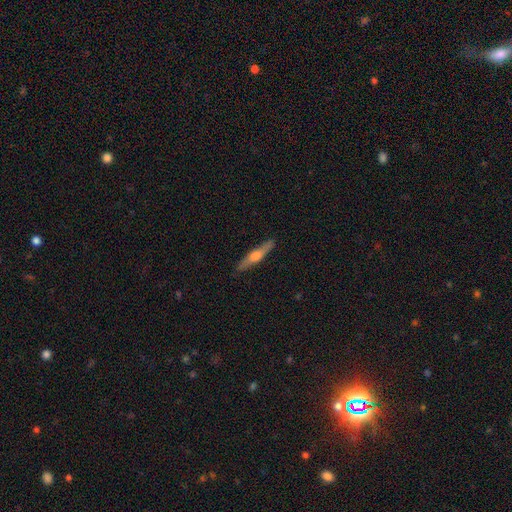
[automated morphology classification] type=featured or disk (60%); edge-on=yes (96%); edge-on bulge=rounded (90%); merging=none (90%).